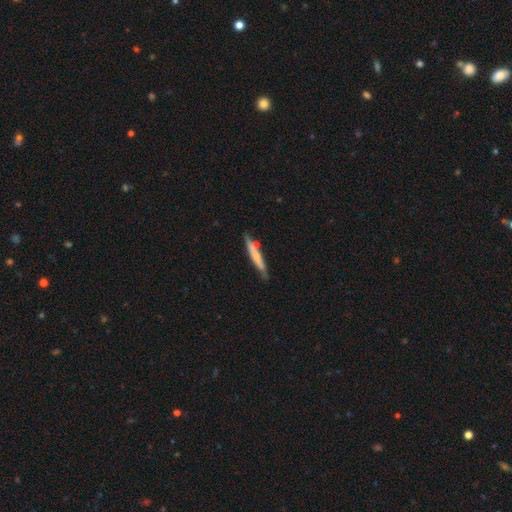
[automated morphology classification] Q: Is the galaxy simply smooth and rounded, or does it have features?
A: smooth — 57%.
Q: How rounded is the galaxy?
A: cigar-shaped — 93%.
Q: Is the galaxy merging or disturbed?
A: none — 69%.